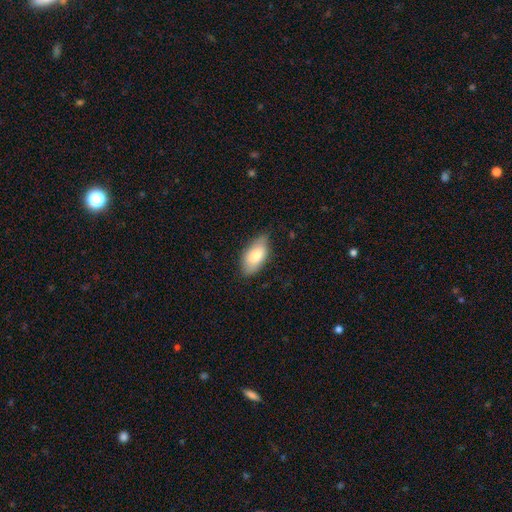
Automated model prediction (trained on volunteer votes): A smooth galaxy with no disk features (77%) that is in between round and cigar-shaped (92%).

Vote fractions:
- Smooth or featured? smooth: 77% / featured or disk: 16% / star or artifact: 6%
- How rounded? in between: 92% / cigar-shaped: 4% / round: 3%
- Merging? none: 74% / minor disturbance: 22% / major disturbance: 3% / merger: 1%